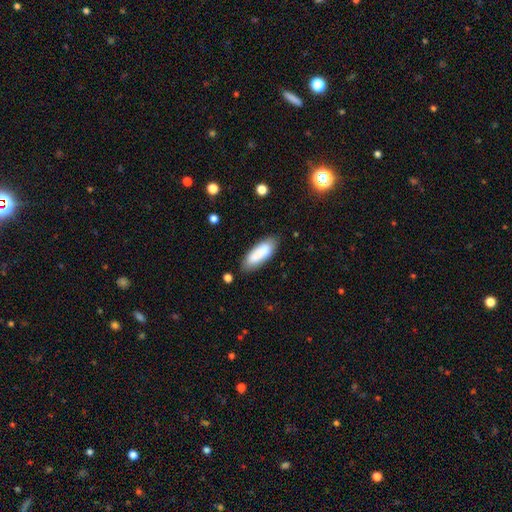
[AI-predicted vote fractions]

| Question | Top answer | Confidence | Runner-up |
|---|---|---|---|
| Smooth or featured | smooth | 81% | featured or disk (12%) |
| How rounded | in between | 69% | cigar-shaped (29%) |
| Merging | none | 71% | minor disturbance (18%) |